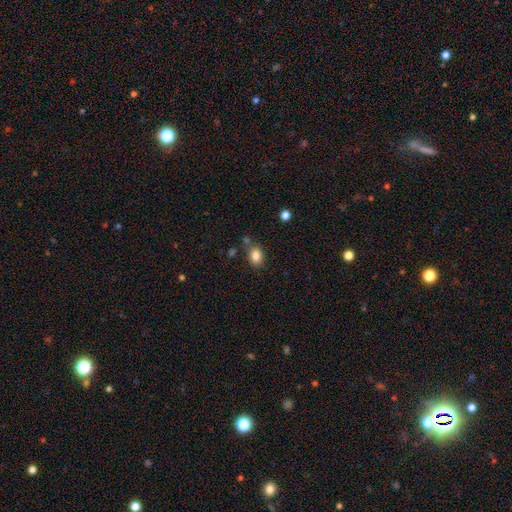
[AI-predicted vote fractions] Morphology: type=smooth (85%); roundness=in between (68%); merging=none (71%).